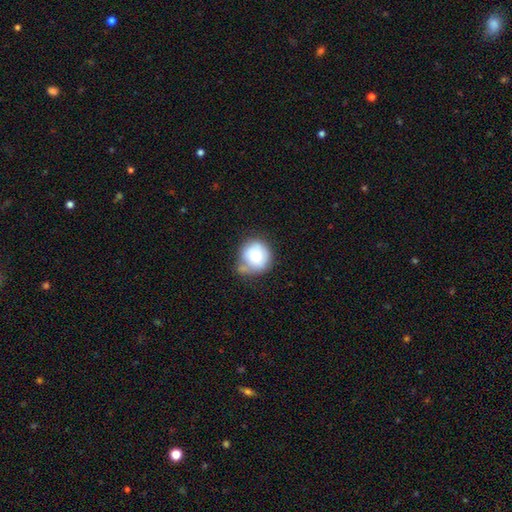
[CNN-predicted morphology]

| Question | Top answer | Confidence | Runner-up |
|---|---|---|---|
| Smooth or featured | smooth | 74% | featured or disk (19%) |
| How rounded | round | 86% | in between (13%) |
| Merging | none | 46% | minor disturbance (30%) |